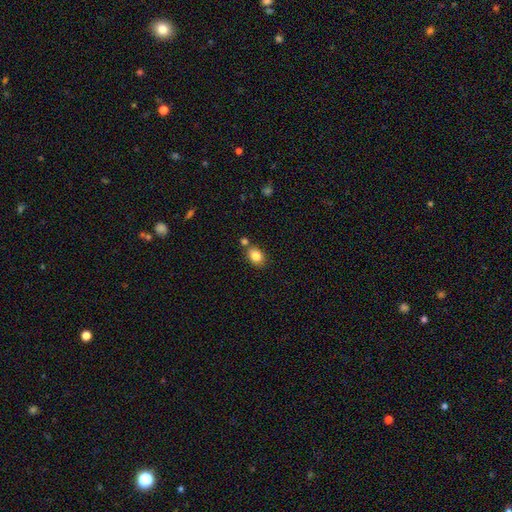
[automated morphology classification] A smooth galaxy with no disk features (83%) that is in between round and cigar-shaped (68%). Merging: none (67%).